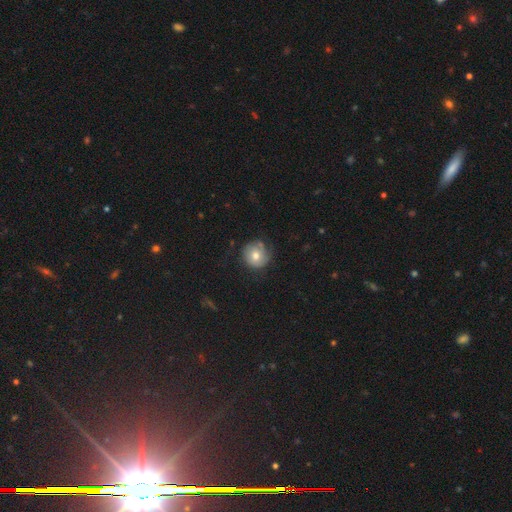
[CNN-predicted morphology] Smooth or featured? smooth (59%)
How rounded? round (92%)
Merging? none (66%)